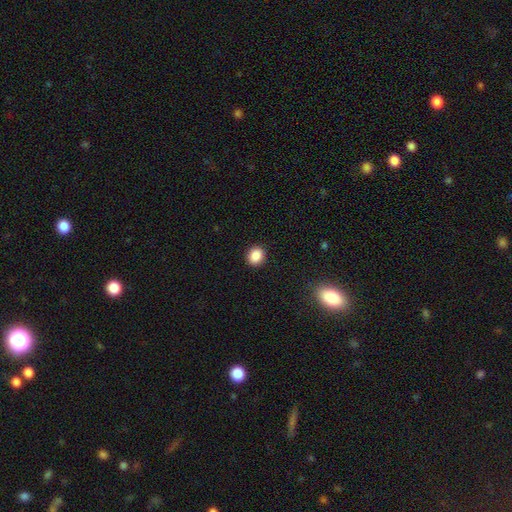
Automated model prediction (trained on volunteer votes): Smooth or featured? smooth (88%)
How rounded? round (73%)
Merging? none (92%)